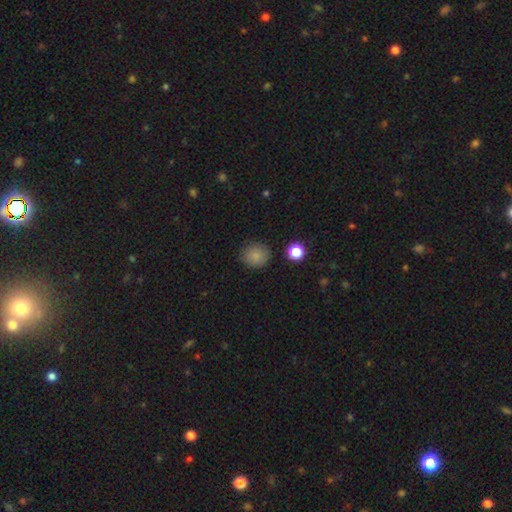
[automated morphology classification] smooth-or-featured: smooth: 85% | star or artifact: 11% | featured or disk: 5%
  how-rounded: round: 84% | in between: 15% | cigar-shaped: 1%
  merging: none: 85% | minor disturbance: 10% | major disturbance: 3% | merger: 2%